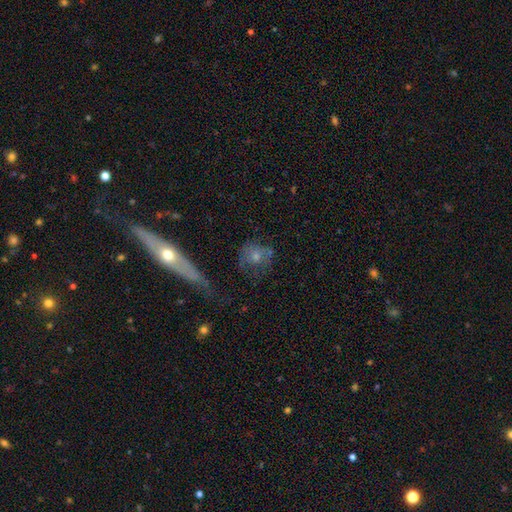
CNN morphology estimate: A featured or disk galaxy (47%). Merging: none (64%).